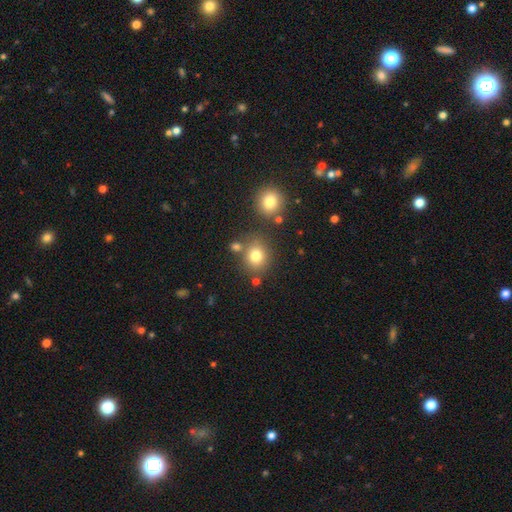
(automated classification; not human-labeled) This is likely a smooth galaxy (78%). How rounded: likely round (78%). Merging: likely none (73%).